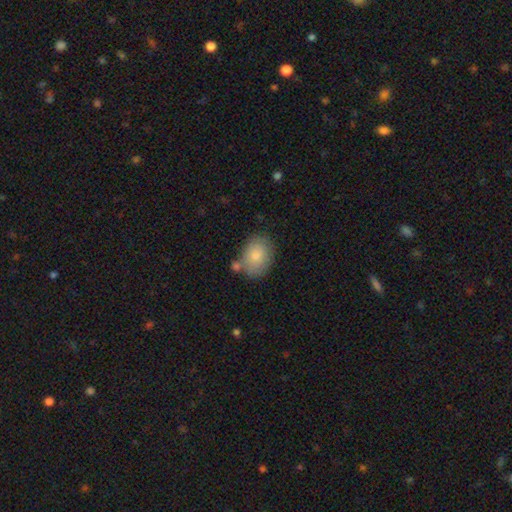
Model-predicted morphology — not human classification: The model was most divided on "how rounded": in between: 73%, round: 26%, cigar-shaped: 1%. More confident: smooth or featured — smooth (81%); merging — none (67%).